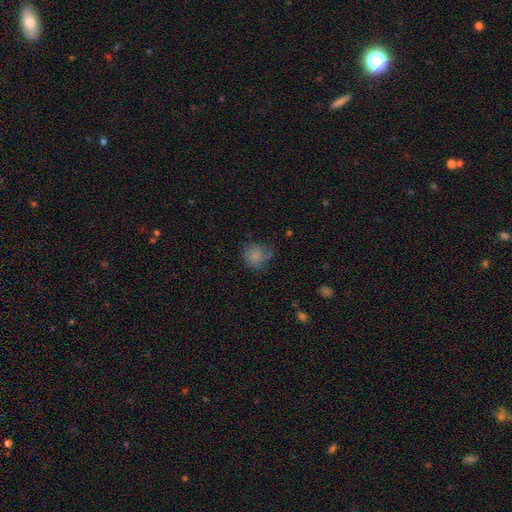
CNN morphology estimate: Smooth or featured? Predicted: smooth (p=0.77). How rounded? Predicted: round (p=0.78). Merging? Predicted: none (p=0.53).